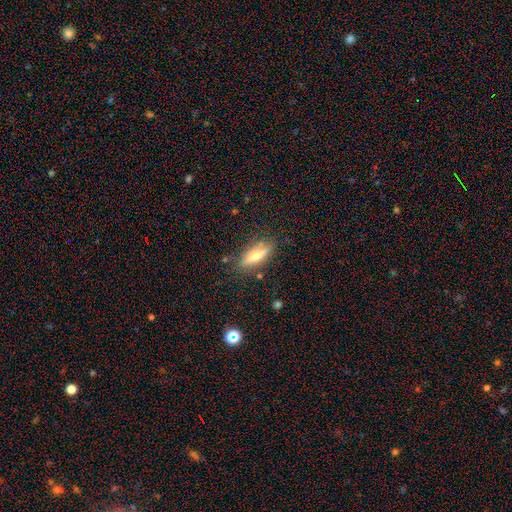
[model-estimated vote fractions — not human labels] Smooth or featured: smooth — 52% (featured or disk — 40%)
How rounded: in between — 49% (cigar-shaped — 48%)
Merging: none — 81% (minor disturbance — 14%)